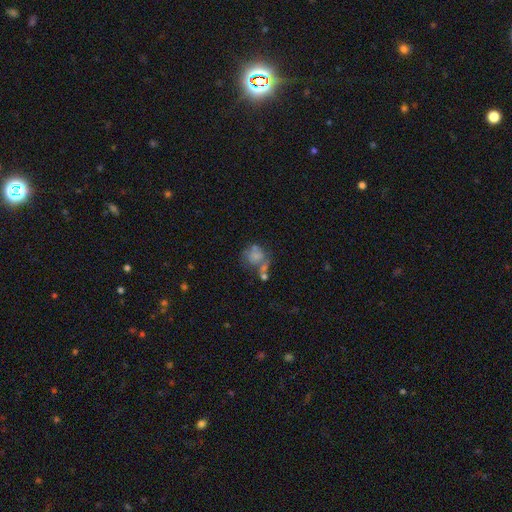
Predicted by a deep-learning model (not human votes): A smooth galaxy with no disk features (61%) that is round (67%). Merging: none (33%).